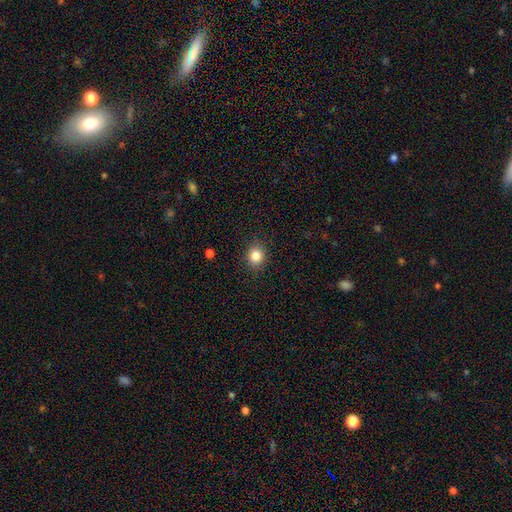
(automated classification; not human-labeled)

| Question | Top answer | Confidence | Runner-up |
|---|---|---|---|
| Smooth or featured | smooth | 84% | star or artifact (10%) |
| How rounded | round | 66% | in between (33%) |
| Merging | none | 88% | minor disturbance (9%) |